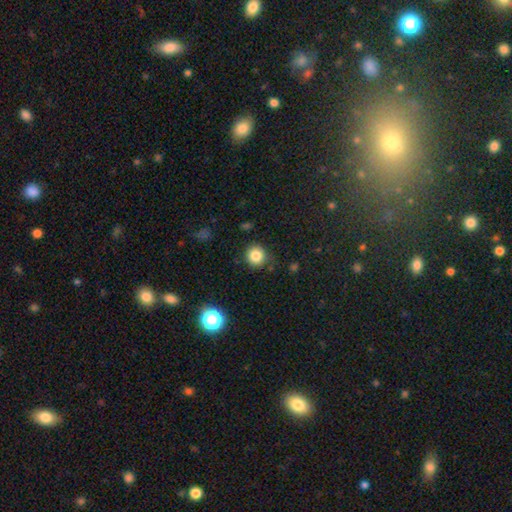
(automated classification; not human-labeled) A smooth galaxy with no disk features (83%) that is round (91%).

Vote fractions:
- Smooth or featured? smooth: 83% / star or artifact: 12% / featured or disk: 6%
- How rounded? round: 91% / in between: 8% / cigar-shaped: 1%
- Merging? none: 84% / minor disturbance: 11% / major disturbance: 3% / merger: 2%